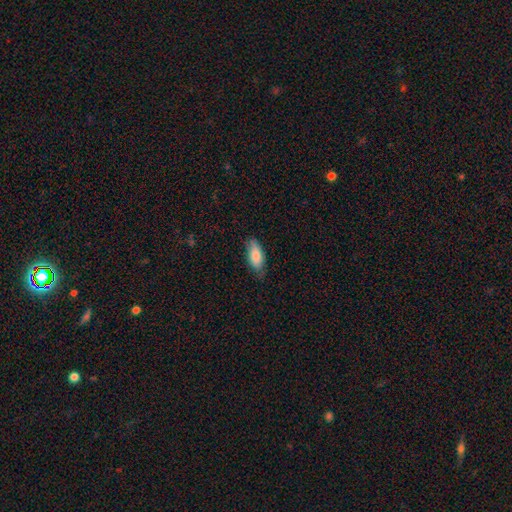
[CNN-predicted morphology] A smooth galaxy with no disk features (82%) that is in between round and cigar-shaped (84%). Merging: none (74%).